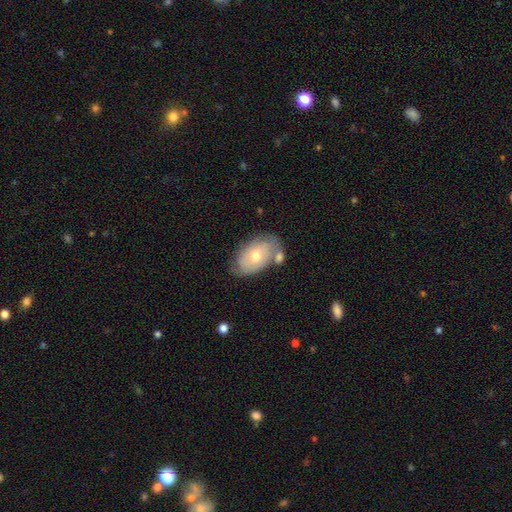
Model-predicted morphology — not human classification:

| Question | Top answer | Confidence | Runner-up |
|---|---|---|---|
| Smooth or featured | smooth | 51% | featured or disk (42%) |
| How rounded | in between | 89% | round (10%) |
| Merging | none | 52% | minor disturbance (22%) |